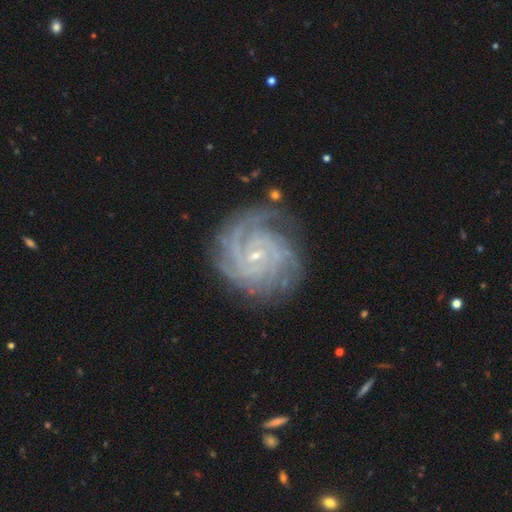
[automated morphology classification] Smooth or featured? Predicted: featured or disk (p=0.90). Edge-on disk? Predicted: no (p=0.98). Bar? Predicted: no (p=0.50). Spiral arms? Predicted: yes (p=0.98). Spiral winding? Predicted: tight (p=0.80). Spiral arm count? Predicted: 4 (p=0.28). Bulge size? Predicted: small (p=0.85). Merging? Predicted: none (p=0.78).